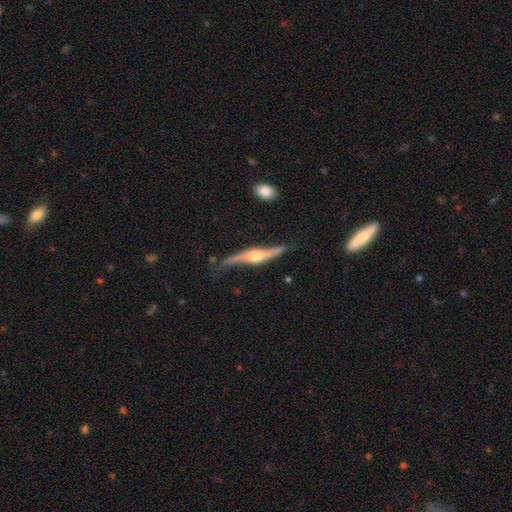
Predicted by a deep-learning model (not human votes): Q: Smooth or featured?
A: featured or disk (83%); runner-up: smooth (12%)
Q: Edge-on disk?
A: yes (78%); runner-up: no (22%)
Q: Edge-on bulge?
A: rounded (92%); runner-up: boxy (5%)
Q: Merging?
A: none (65%); runner-up: minor disturbance (24%)